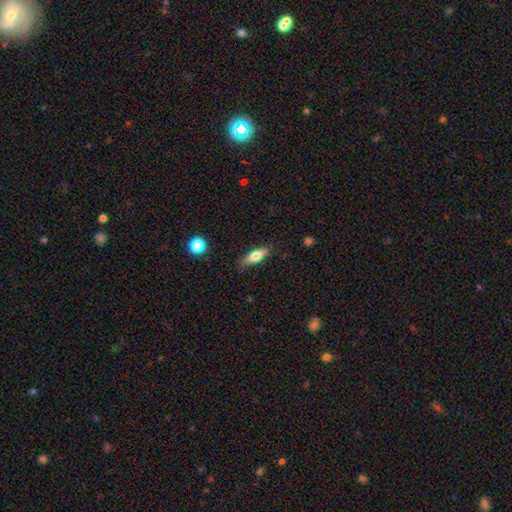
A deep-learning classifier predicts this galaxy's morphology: Smooth or featured? smooth (59%)
How rounded? in between (49%)
Merging? none (80%)